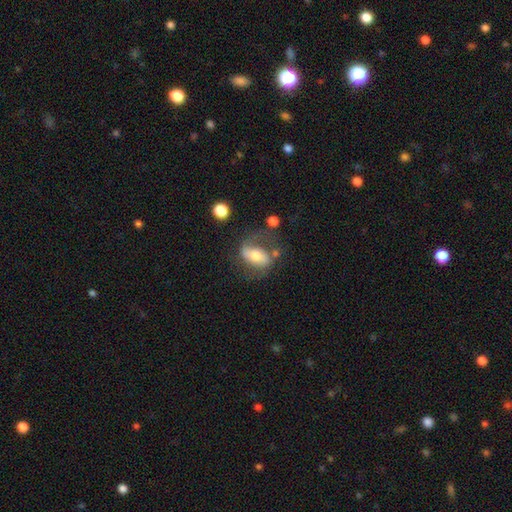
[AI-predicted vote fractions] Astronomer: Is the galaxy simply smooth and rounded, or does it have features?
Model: featured or disk — 57% (runner-up: smooth, 35%).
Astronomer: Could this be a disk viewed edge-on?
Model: no — 92%.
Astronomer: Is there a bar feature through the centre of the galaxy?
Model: strong — 37% (runner-up: no, 32%).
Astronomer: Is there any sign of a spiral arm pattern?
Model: yes — 74%.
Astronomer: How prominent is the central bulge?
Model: moderate — 63%.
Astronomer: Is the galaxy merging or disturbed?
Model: none — 47% (runner-up: major disturbance, 22%).